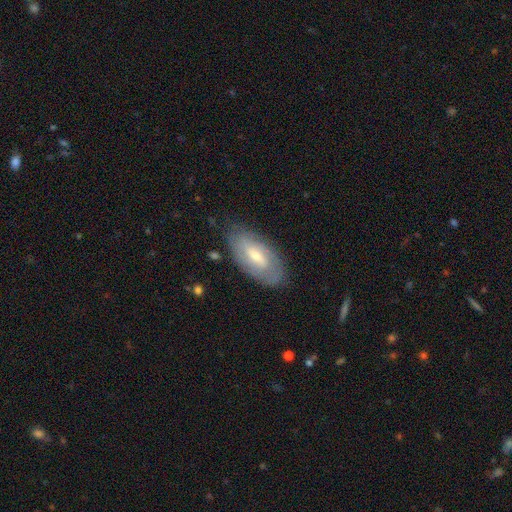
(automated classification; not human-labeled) Q: Smooth or featured?
A: featured or disk (58%); runner-up: smooth (36%)
Q: Edge-on disk?
A: no (89%); runner-up: yes (11%)
Q: Bar?
A: weak (50%); runner-up: no (31%)
Q: Spiral arms?
A: yes (67%); runner-up: no (33%)
Q: Bulge size?
A: small (51%); runner-up: moderate (44%)
Q: Merging?
A: none (78%); runner-up: minor disturbance (16%)